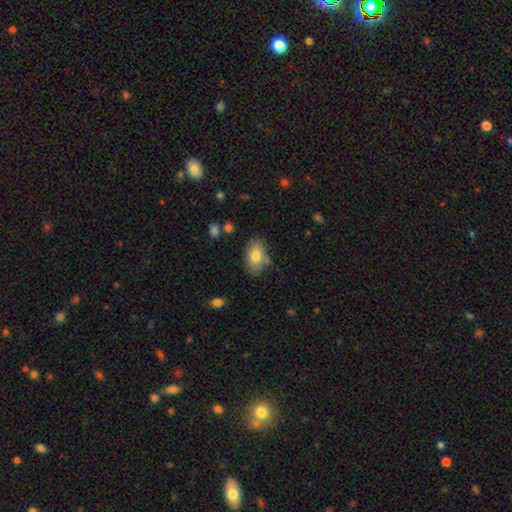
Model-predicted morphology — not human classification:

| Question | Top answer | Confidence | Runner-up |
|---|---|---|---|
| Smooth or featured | smooth | 79% | featured or disk (14%) |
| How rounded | in between | 90% | round (9%) |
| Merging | none | 74% | minor disturbance (18%) |